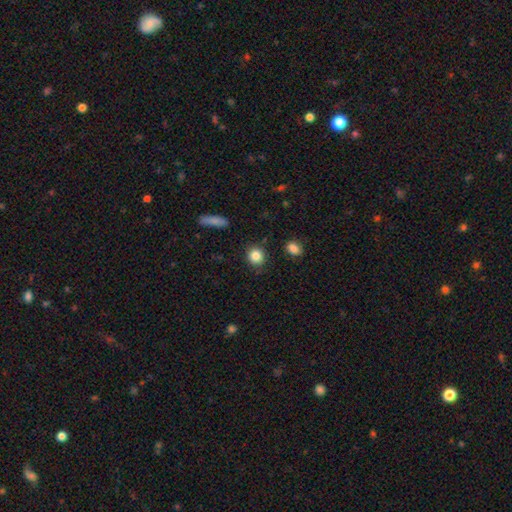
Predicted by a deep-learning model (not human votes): Smooth or featured: smooth — 85% (star or artifact — 9%)
How rounded: round — 86% (in between — 13%)
Merging: none — 86% (minor disturbance — 9%)